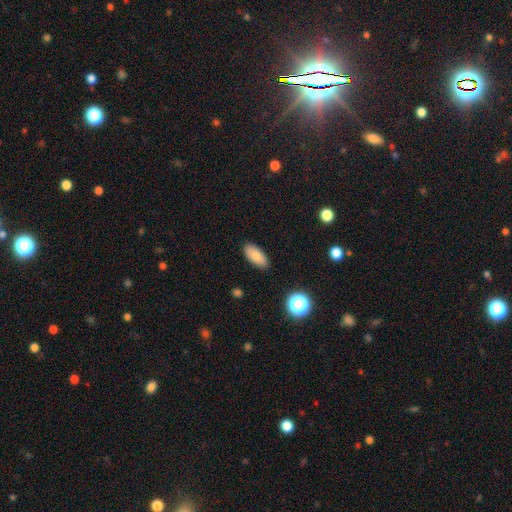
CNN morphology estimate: A smooth galaxy with no disk features (82%) that is in between round and cigar-shaped (88%). Merging: none (86%).